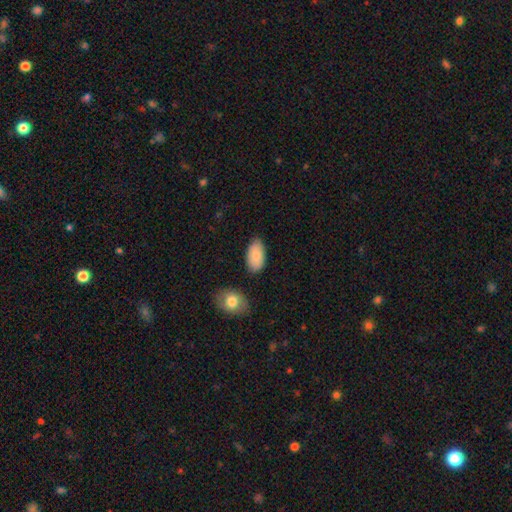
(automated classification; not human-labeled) smooth 86%, featured or disk 8%, star or artifact 6%. Down the decision tree: how rounded — in between (95%); merging — none (78%).